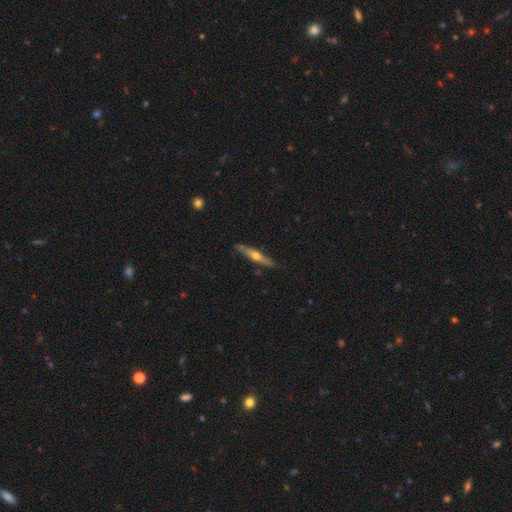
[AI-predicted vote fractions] The model was most divided on "smooth or featured": featured or disk: 62%, smooth: 32%, star or artifact: 5%. More confident: edge-on disk — yes (94%); edge-on bulge — rounded (91%); merging — none (87%).